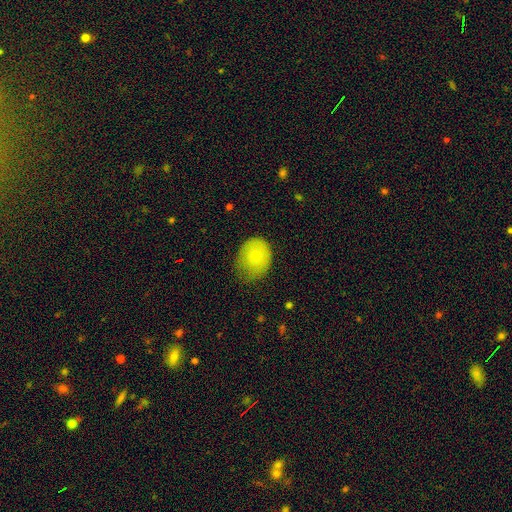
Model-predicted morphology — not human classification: Smooth or featured? smooth (80%)
How rounded? in between (50%)
Merging? none (45%)